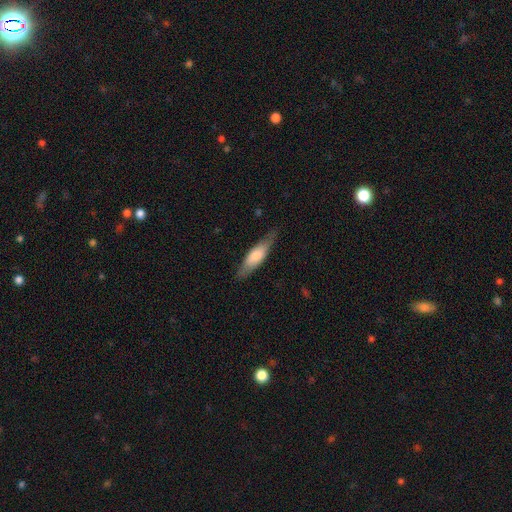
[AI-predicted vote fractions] This appears to be a smooth galaxy with no disk features (64%) that is cigar-shaped (57%). Merging: none (77%).